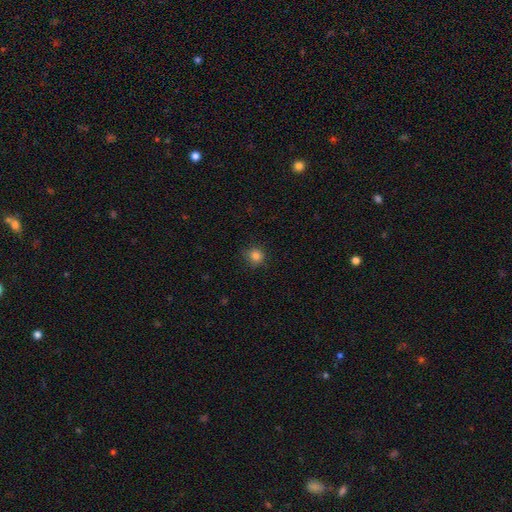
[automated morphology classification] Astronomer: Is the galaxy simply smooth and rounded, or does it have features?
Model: smooth — 83%.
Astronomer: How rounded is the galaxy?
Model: round — 89%.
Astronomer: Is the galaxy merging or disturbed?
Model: none — 83%.